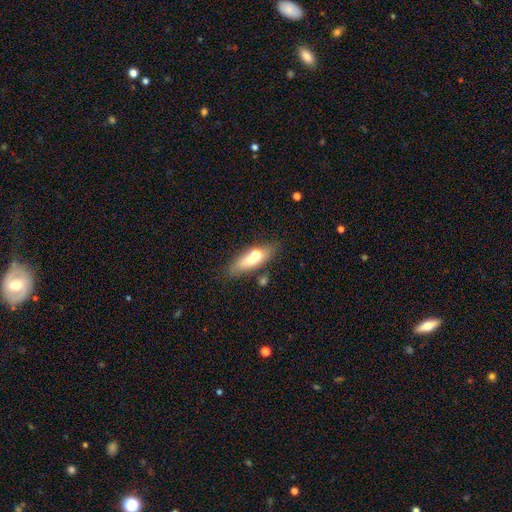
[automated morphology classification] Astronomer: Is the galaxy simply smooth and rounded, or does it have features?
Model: smooth — 59%.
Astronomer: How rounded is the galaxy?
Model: in between — 59% (runner-up: cigar-shaped, 34%).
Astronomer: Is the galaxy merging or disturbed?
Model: none — 59%.